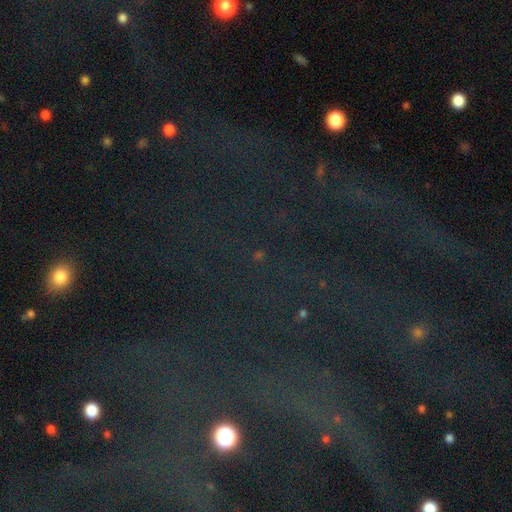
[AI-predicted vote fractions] smooth_or_featured: star or artifact (p=0.76) [alt: smooth p=0.13]